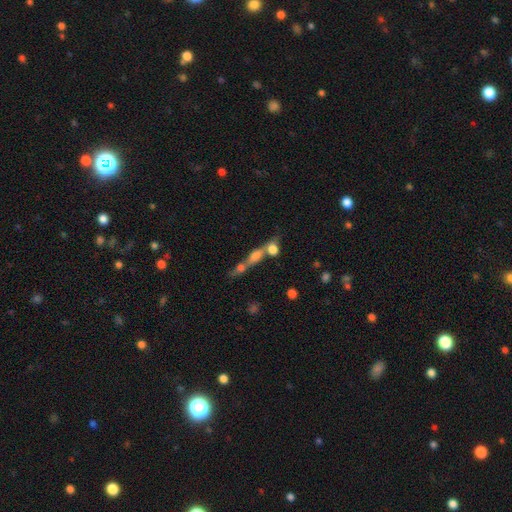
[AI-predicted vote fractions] A smooth galaxy with no disk features (51%) that is cigar-shaped (40%).

Vote fractions:
- Smooth or featured? smooth: 51% / featured or disk: 32% / star or artifact: 17%
- How rounded? cigar-shaped: 40% / in between: 36% / round: 24%
- Merging? merger: 59% / none: 26% / minor disturbance: 8% / major disturbance: 7%